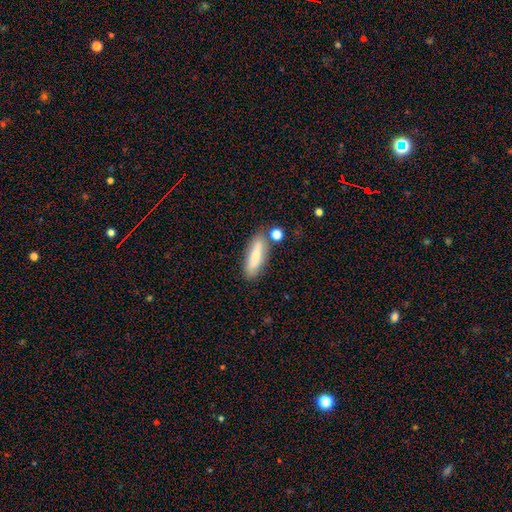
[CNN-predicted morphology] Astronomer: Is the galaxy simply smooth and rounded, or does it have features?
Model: smooth — 71%.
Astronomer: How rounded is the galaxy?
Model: cigar-shaped — 50% (runner-up: in between, 48%).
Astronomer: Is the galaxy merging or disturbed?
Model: none — 73%.